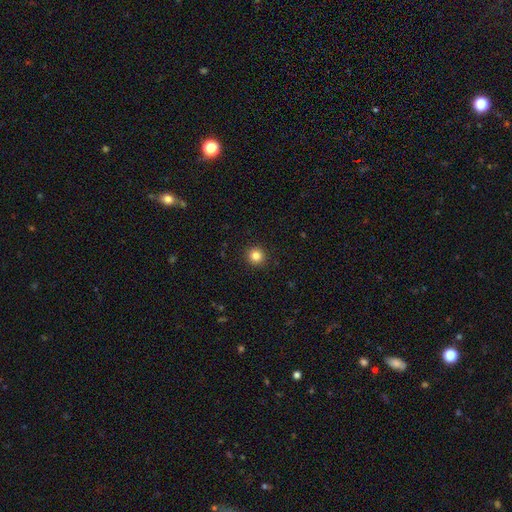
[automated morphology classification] type=smooth (83%); roundness=round (94%); merging=none (93%).